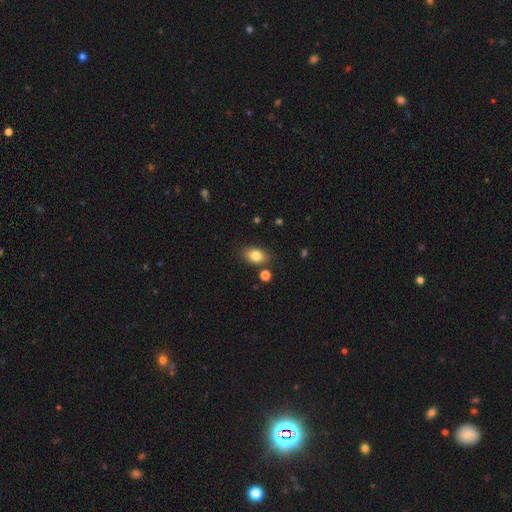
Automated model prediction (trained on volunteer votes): Morphology: type=smooth (82%); roundness=in between (83%); merging=none (81%).